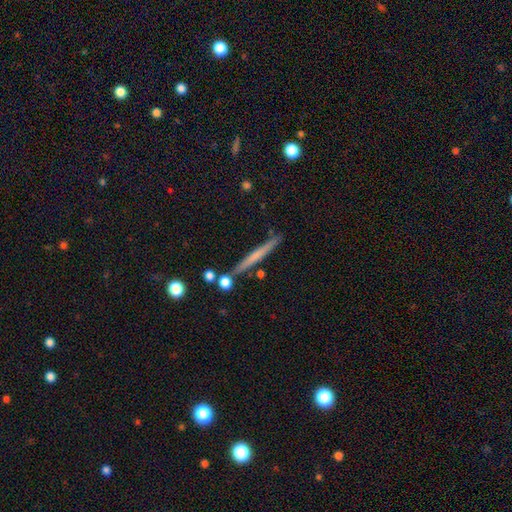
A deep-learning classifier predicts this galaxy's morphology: A smooth galaxy with no disk features (47%). Merging: none (83%).